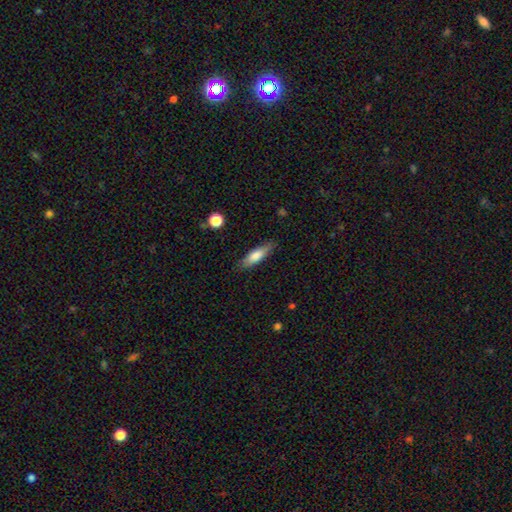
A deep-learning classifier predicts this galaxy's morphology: Overall: smooth (73%). How rounded: cigar-shaped (58%; in between 40%). Merging: none (84%).